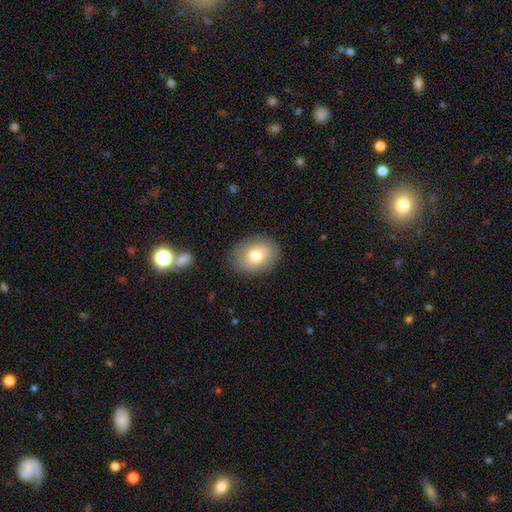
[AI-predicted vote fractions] Morphology: type=smooth (77%); roundness=in between (67%); merging=none (86%).